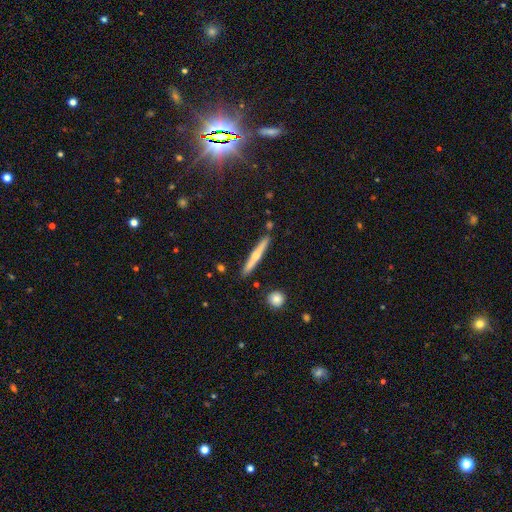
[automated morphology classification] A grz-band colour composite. It shows a featured or disk galaxy (53%) viewed edge-on (97%) with a rounded central bulge (74%). Merging: none (88%).